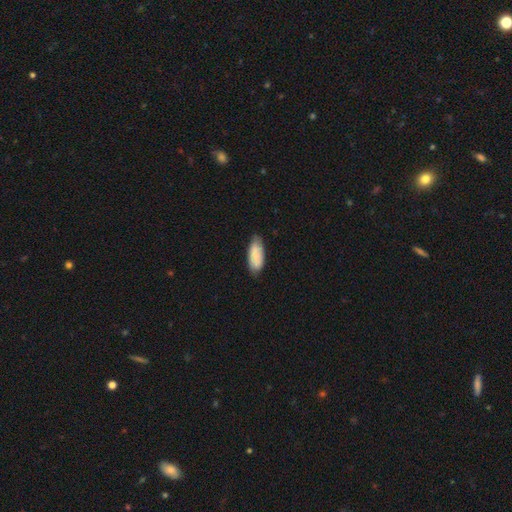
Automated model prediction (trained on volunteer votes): Morphology: type=smooth (80%); roundness=in between (84%); merging=none (76%).